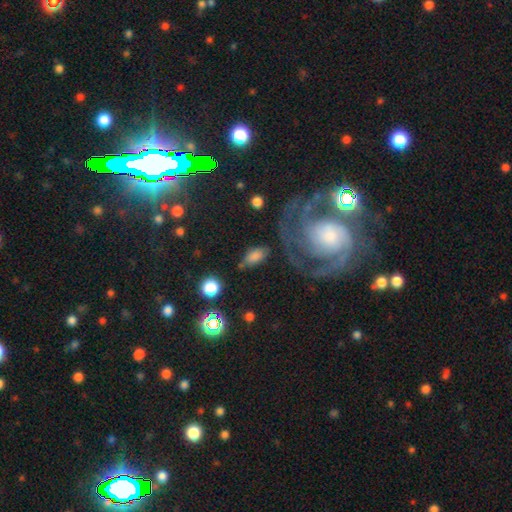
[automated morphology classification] Overall: smooth (72%). How rounded: in between (86%). Merging: none (67%).